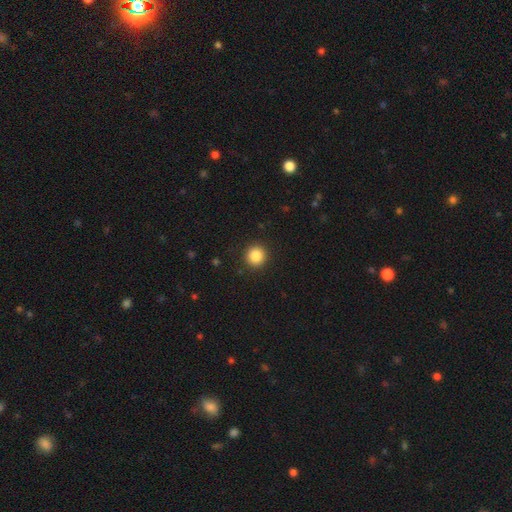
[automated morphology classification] type=smooth (86%); roundness=round (94%); merging=none (91%).